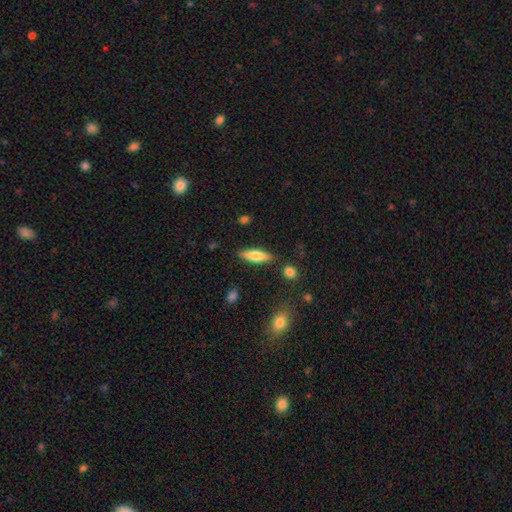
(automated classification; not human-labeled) smooth_or_featured: smooth (p=0.68) [alt: featured or disk p=0.25]
how_rounded: cigar-shaped (p=0.57) [alt: in between p=0.41]
merging: none (p=0.84) [alt: minor disturbance p=0.11]